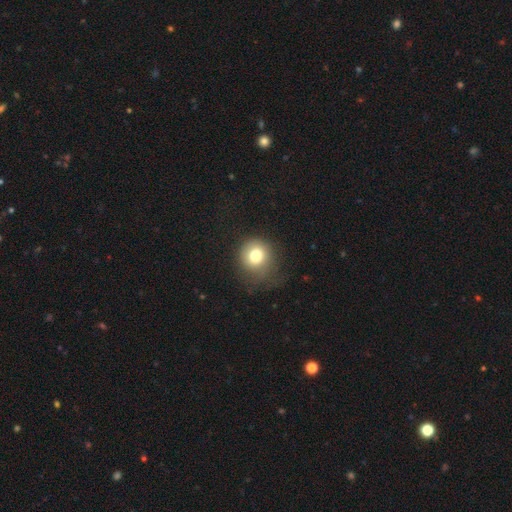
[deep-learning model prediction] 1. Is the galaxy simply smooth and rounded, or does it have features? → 77% smooth, 12% star or artifact, 12% featured or disk.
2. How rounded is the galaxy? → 87% round, 12% in between, 1% cigar-shaped.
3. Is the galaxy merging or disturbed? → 65% none, 22% minor disturbance, 11% major disturbance, 1% merger.